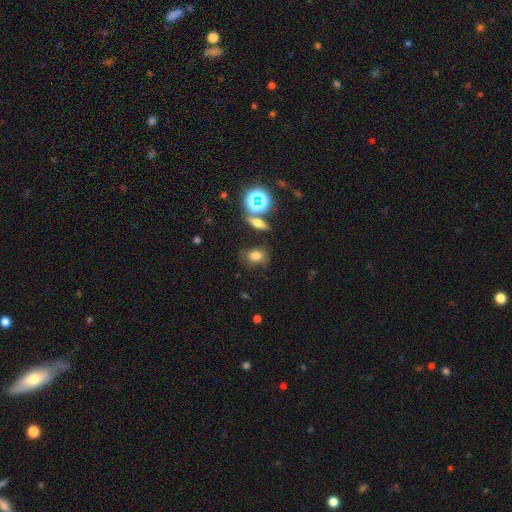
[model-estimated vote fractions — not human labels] Smooth or featured?
  - smooth: 68% *
  - star or artifact: 19%
  - featured or disk: 13%
How rounded?
  - in between: 64% *
  - round: 33%
  - cigar-shaped: 3%
Merging?
  - none: 73% *
  - minor disturbance: 16%
  - merger: 6%
  - major disturbance: 6%